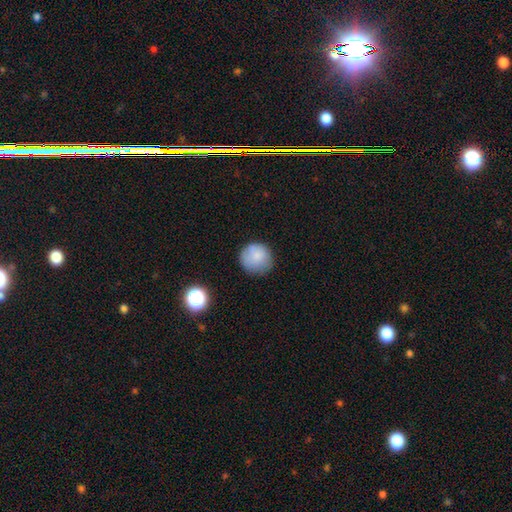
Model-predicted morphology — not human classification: A smooth galaxy with no disk features (83%) that is round (92%). Merging: none (77%).